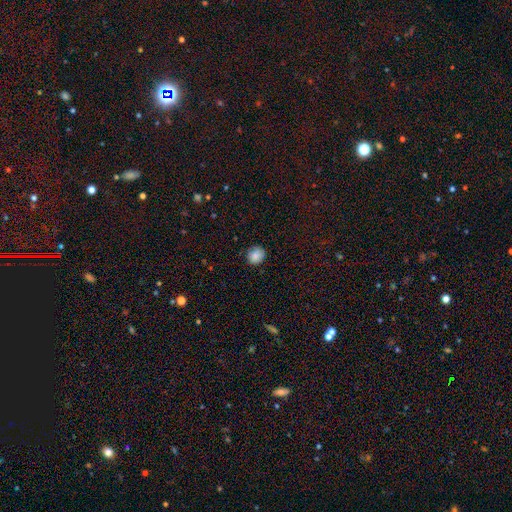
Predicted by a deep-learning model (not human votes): smooth 84%, star or artifact 9%, featured or disk 7%. Down the decision tree: how rounded — round (81%); merging — none (81%).